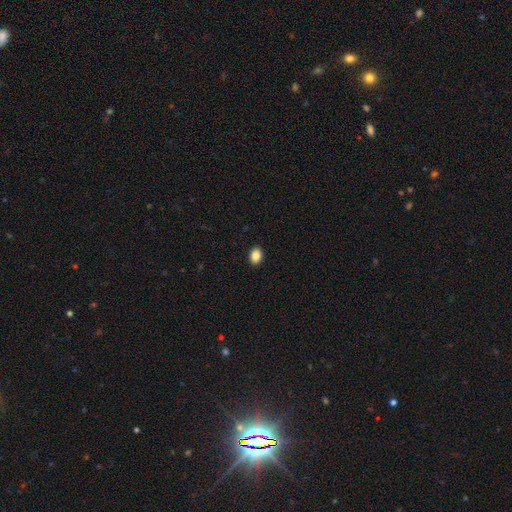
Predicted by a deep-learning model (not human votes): This appears to be a smooth galaxy with no disk features (87%) that is in between round and cigar-shaped (72%). Merging: none (92%).